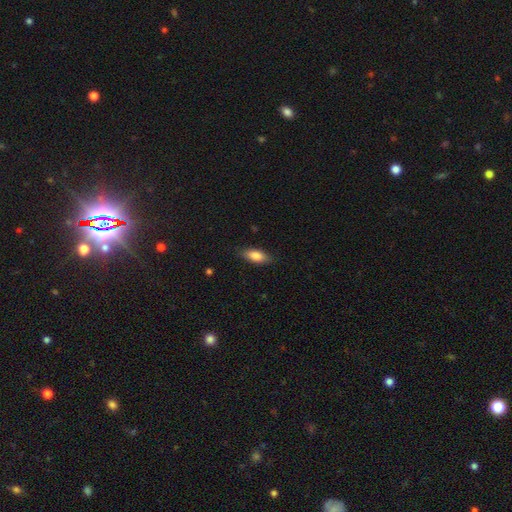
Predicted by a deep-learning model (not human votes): Smooth or featured: smooth — 82% (featured or disk — 11%)
How rounded: in between — 80% (cigar-shaped — 18%)
Merging: none — 84% (minor disturbance — 12%)